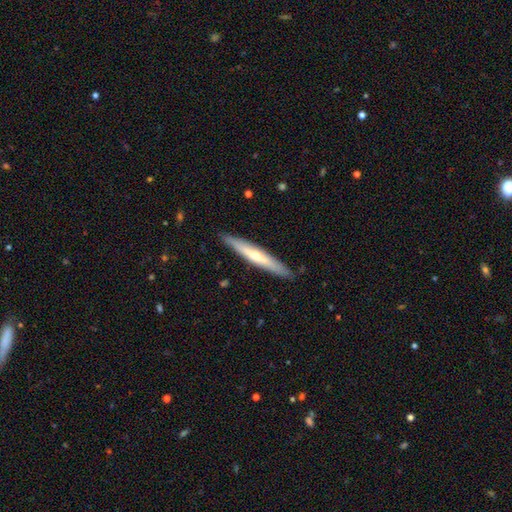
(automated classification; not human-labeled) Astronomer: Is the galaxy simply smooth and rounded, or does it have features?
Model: featured or disk — 55% (runner-up: smooth, 39%).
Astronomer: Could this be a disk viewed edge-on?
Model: yes — 93%.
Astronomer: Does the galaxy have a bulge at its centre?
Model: rounded — 73%.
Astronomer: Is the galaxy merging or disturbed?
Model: none — 90%.